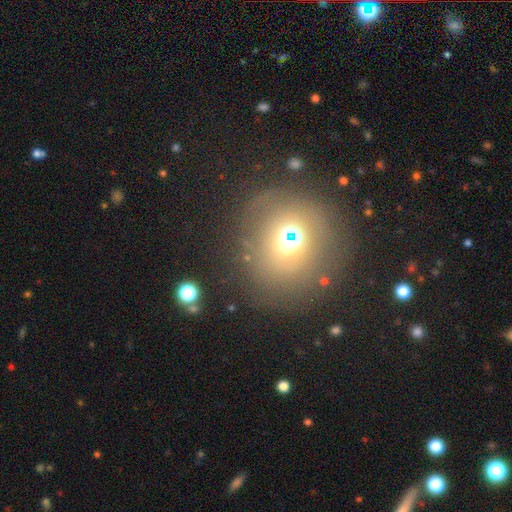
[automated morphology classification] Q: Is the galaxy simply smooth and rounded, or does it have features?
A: smooth — 42%.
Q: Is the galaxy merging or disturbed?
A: none — 73%.